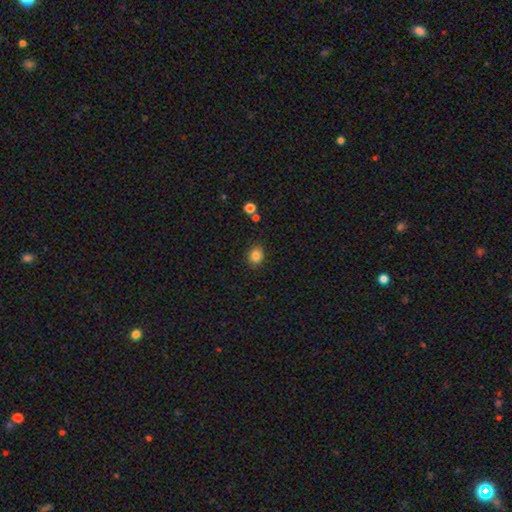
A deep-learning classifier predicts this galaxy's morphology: A smooth galaxy with no disk features (84%) that is round (62%).

Vote fractions:
- Smooth or featured? smooth: 84% / star or artifact: 11% / featured or disk: 5%
- How rounded? round: 62% / in between: 37% / cigar-shaped: 1%
- Merging? none: 86% / minor disturbance: 10% / major disturbance: 2% / merger: 2%